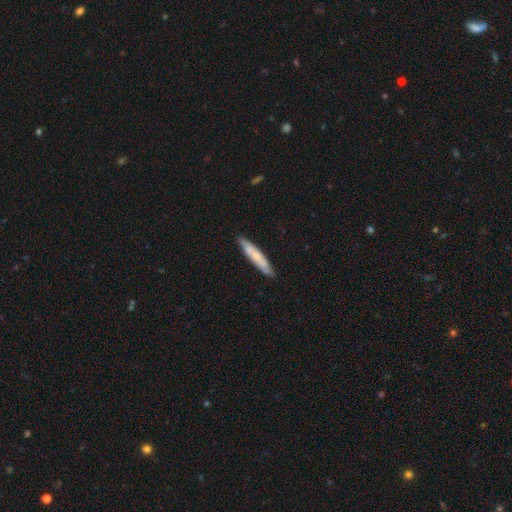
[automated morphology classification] Smooth or featured: smooth — 63% (featured or disk — 32%)
How rounded: cigar-shaped — 91% (in between — 7%)
Merging: none — 86% (minor disturbance — 11%)